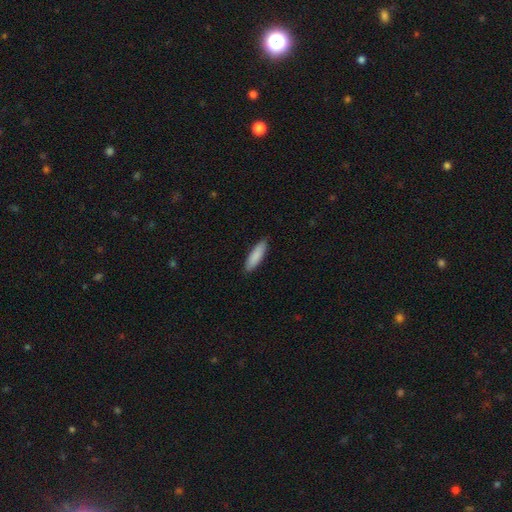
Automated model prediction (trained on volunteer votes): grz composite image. It shows a smooth galaxy with no disk features (88%) that is cigar-shaped (64%). Merging: none (89%).